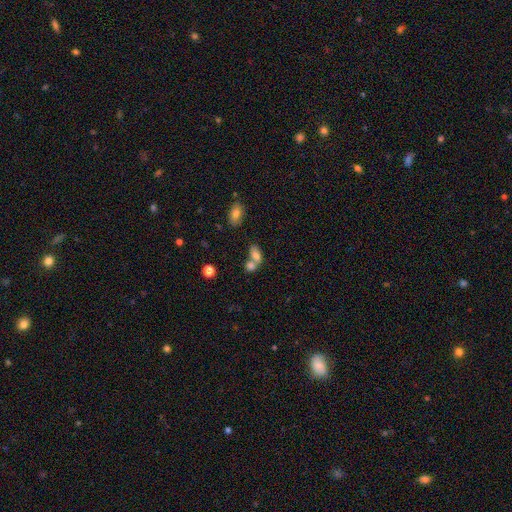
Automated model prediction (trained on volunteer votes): A smooth galaxy with no disk features (73%) that is in between round and cigar-shaped (79%).

Vote fractions:
- Smooth or featured? smooth: 73% / featured or disk: 16% / star or artifact: 11%
- How rounded? in between: 79% / round: 17% / cigar-shaped: 4%
- Merging? merger: 62% / none: 24% / minor disturbance: 8% / major disturbance: 5%